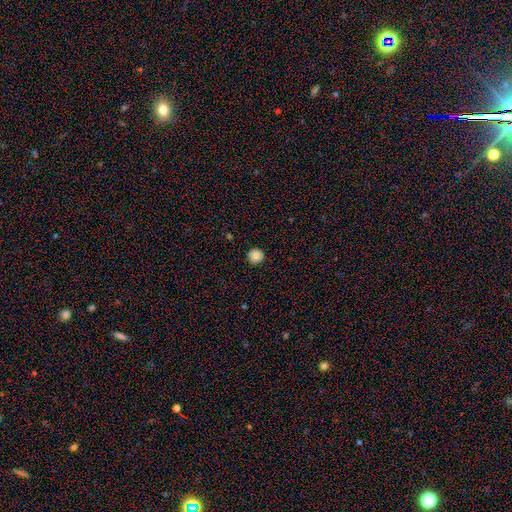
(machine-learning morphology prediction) Smooth or featured? smooth (79%)
How rounded? round (96%)
Merging? none (91%)